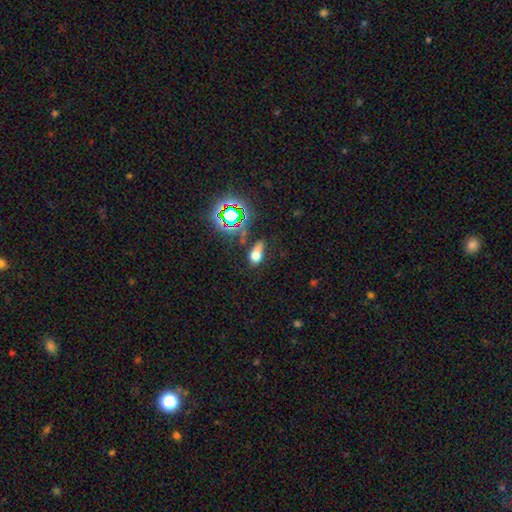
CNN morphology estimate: This is likely a smooth galaxy (64%). How rounded: likely in between (77%). Merging: possibly none (47%).